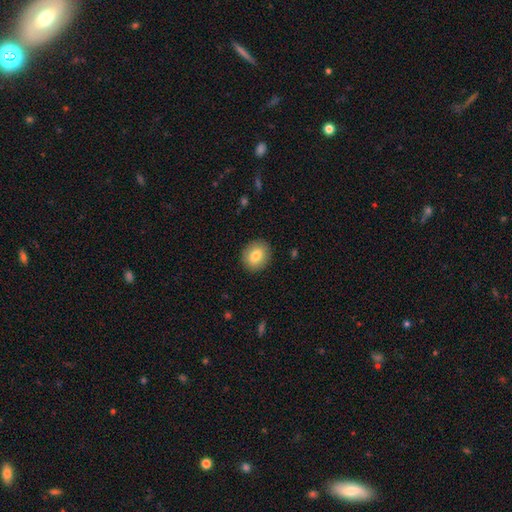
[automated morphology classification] This is clearly a smooth galaxy (80%). How rounded: likely round (62%). Merging: clearly none (90%).